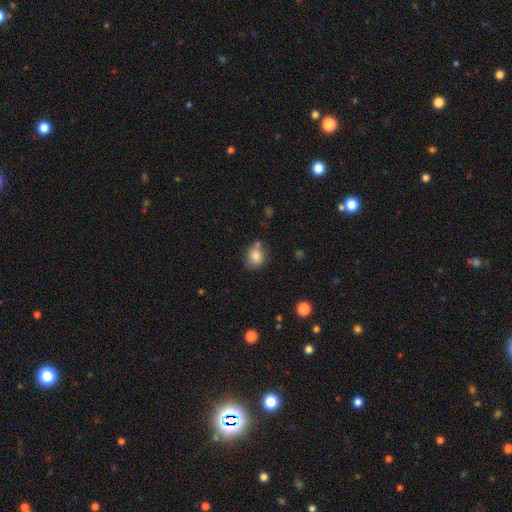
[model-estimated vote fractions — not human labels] Overall: smooth (82%). How rounded: round (71%). Merging: none (59%).